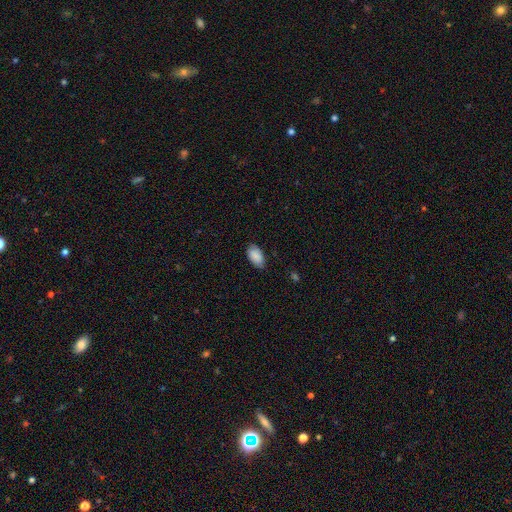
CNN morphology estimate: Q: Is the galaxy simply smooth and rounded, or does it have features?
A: smooth — 88%.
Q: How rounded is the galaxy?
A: in between — 95%.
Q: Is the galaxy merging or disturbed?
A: none — 78%.